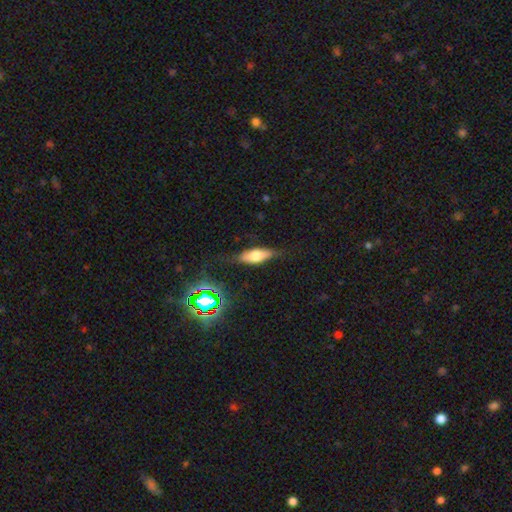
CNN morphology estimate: This appears to be a smooth galaxy with no disk features (49%). Merging: none (75%).